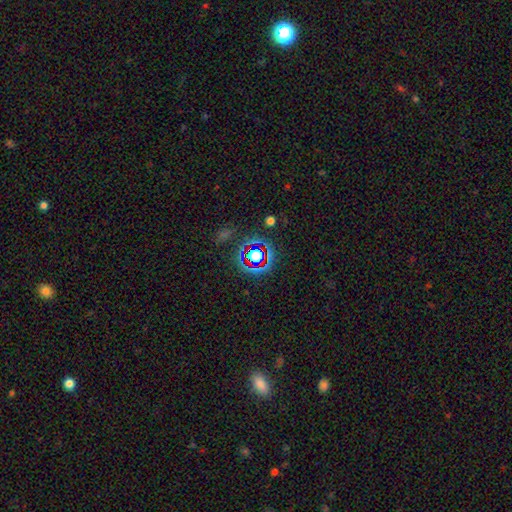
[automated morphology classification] star or artifact 62%, smooth 26%, featured or disk 12%.